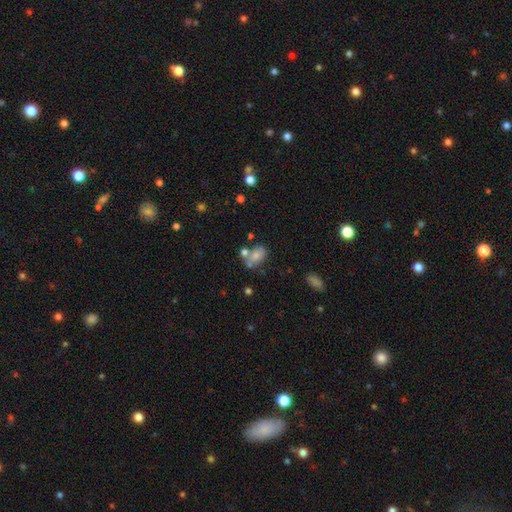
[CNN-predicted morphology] Q: Smooth or featured?
A: smooth (66%); runner-up: featured or disk (23%)
Q: How rounded?
A: in between (77%); runner-up: round (22%)
Q: Merging?
A: none (45%); runner-up: merger (30%)